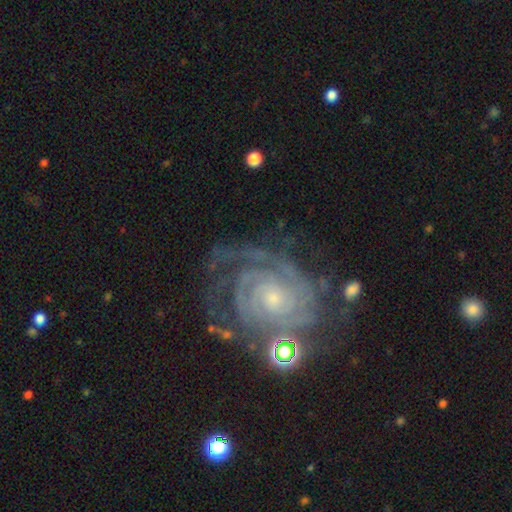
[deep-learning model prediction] This appears to be a featured or disk galaxy (89%) with no bar (75%), 2 (30%) tight (78%) spiral arms (98%) and a small central bulge (73%). Merging: none (66%).